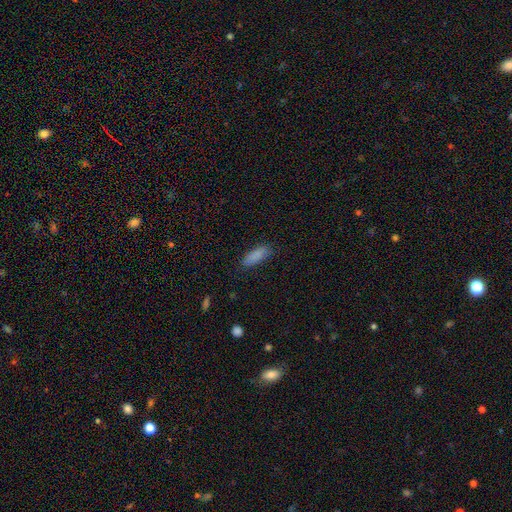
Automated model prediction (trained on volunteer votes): The model was most divided on "how rounded": in between: 61%, cigar-shaped: 37%, round: 2%. More confident: smooth or featured — smooth (87%); merging — none (84%).